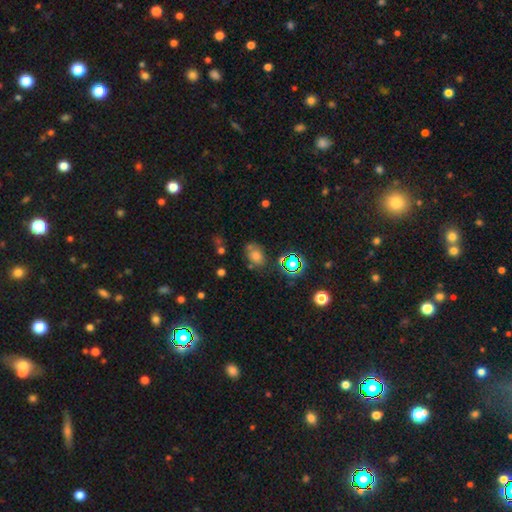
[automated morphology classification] This is possibly a smooth galaxy (60%). How rounded: likely in between (69%). Merging: likely none (67%).